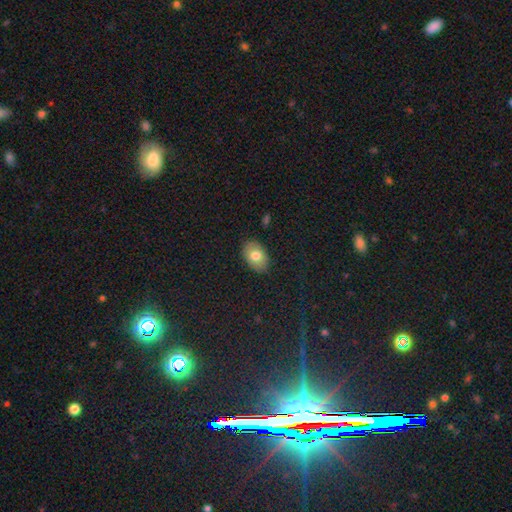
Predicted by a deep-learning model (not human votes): A smooth galaxy with no disk features (77%) that is in between round and cigar-shaped (85%).

Vote fractions:
- Smooth or featured? smooth: 77% / featured or disk: 15% / star or artifact: 8%
- How rounded? in between: 85% / round: 14% / cigar-shaped: 1%
- Merging? none: 87% / minor disturbance: 10% / major disturbance: 2% / merger: 1%